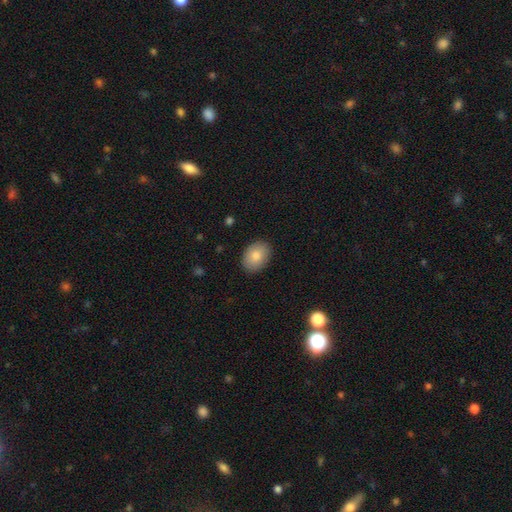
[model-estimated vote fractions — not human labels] A smooth galaxy with no disk features (84%) that is in between round and cigar-shaped (78%).

Vote fractions:
- Smooth or featured? smooth: 84% / featured or disk: 10% / star or artifact: 7%
- How rounded? in between: 78% / round: 21% / cigar-shaped: 1%
- Merging? none: 88% / minor disturbance: 9% / major disturbance: 2% / merger: 1%